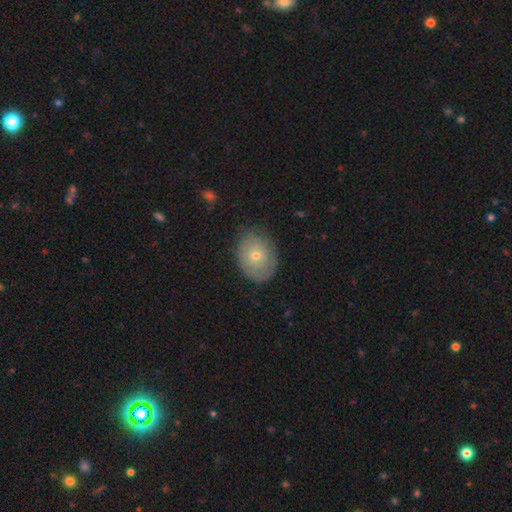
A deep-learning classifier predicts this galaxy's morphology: Smooth or featured? Predicted: smooth (p=0.57). How rounded? Predicted: in between (p=0.59). Merging? Predicted: none (p=0.78).